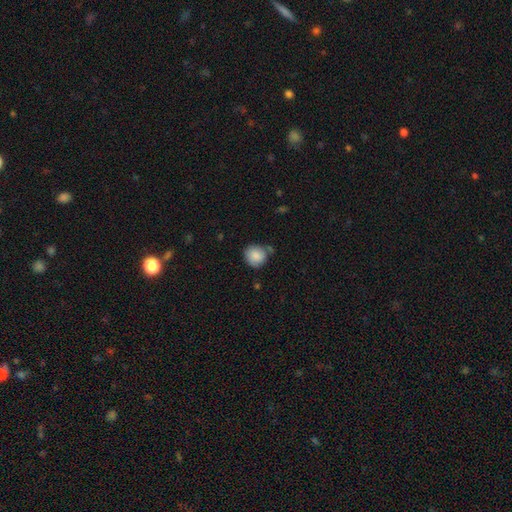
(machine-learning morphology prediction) Smooth or featured: smooth — 86% (star or artifact — 7%)
How rounded: round — 86% (in between — 13%)
Merging: none — 68% (minor disturbance — 20%)